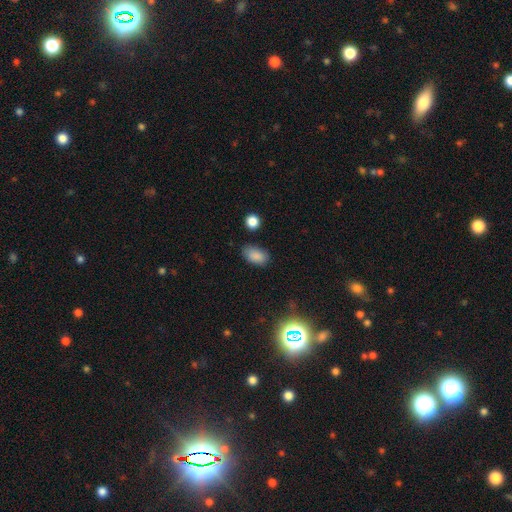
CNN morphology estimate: Smooth or featured? smooth (85%)
How rounded? in between (91%)
Merging? none (79%)